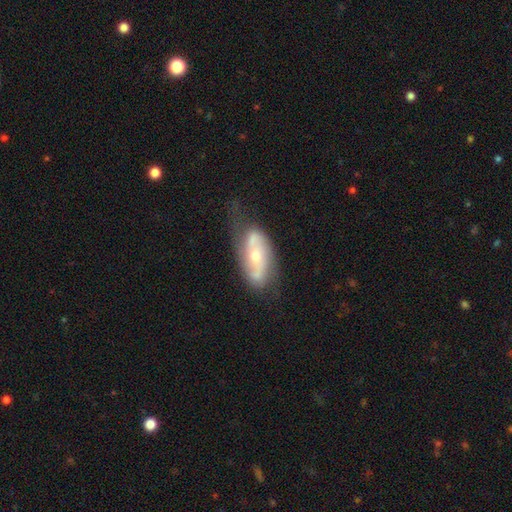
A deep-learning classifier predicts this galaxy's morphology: Overall: featured or disk (73%). Edge-on disk: no (90%). Bar: no (54%; weak 29%). Spiral arms: yes (81%). Spiral arm count: 2 (79%). Spiral winding: loose (39%; medium 38%). Bulge size: moderate (50%; small 46%). Merging: none (55%; minor disturbance 28%).